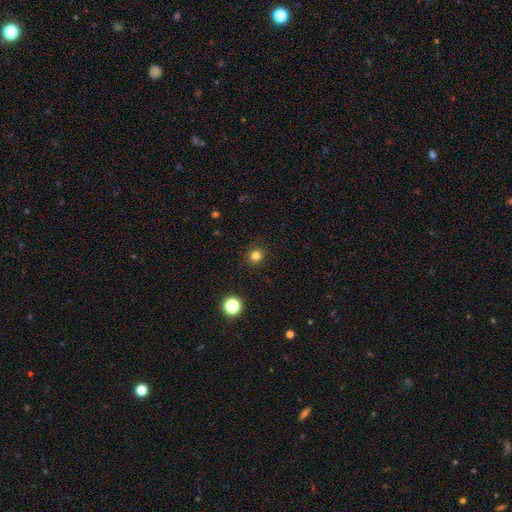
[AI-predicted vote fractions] This is clearly a smooth galaxy (81%). How rounded: clearly round (93%). Merging: clearly none (91%).